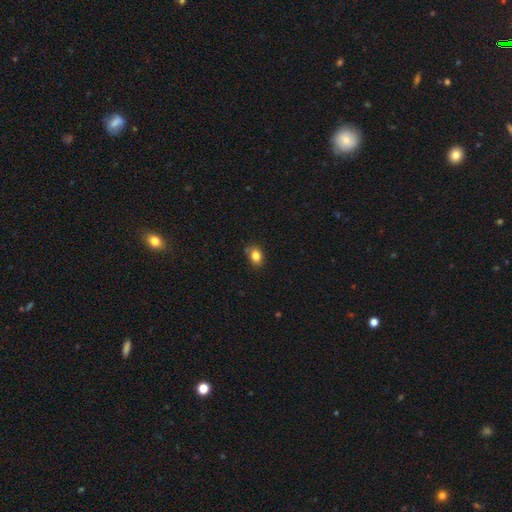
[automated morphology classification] Smooth or featured? smooth (83%)
How rounded? in between (68%)
Merging? none (77%)